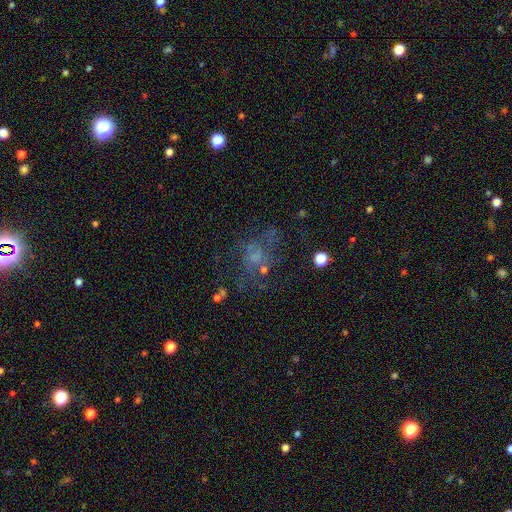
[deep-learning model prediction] smooth-or-featured: featured or disk: 52% | smooth: 27% | star or artifact: 22%
  disk-edge-on: no: 98% | yes: 2%
    bar: no: 81% | weak: 16% | strong: 3%
    has-spiral-arms: no: 56% | yes: 44%
    bulge-size: none: 45% | small: 30% | moderate: 20% | large: 4% | dominant: 2%
  merging: none: 48% | major disturbance: 29% | minor disturbance: 17% | merger: 6%